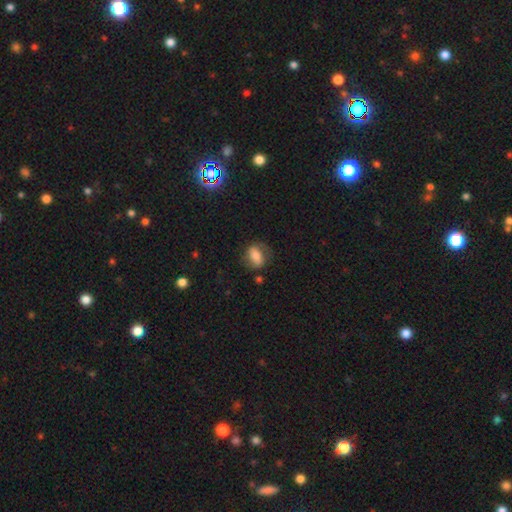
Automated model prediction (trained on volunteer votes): This appears to be a smooth galaxy with no disk features (65%) that is in between round and cigar-shaped (76%). Merging: none (66%).